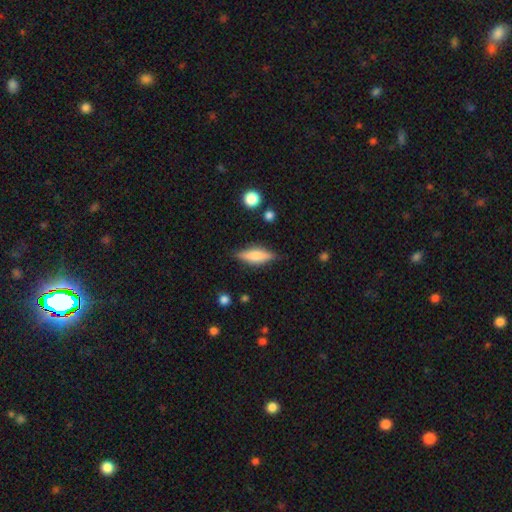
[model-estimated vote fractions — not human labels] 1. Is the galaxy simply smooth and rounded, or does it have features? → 53% smooth, 39% featured or disk, 7% star or artifact.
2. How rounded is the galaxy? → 58% cigar-shaped, 39% in between, 3% round.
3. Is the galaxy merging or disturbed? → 83% none, 12% minor disturbance, 3% major disturbance, 2% merger.